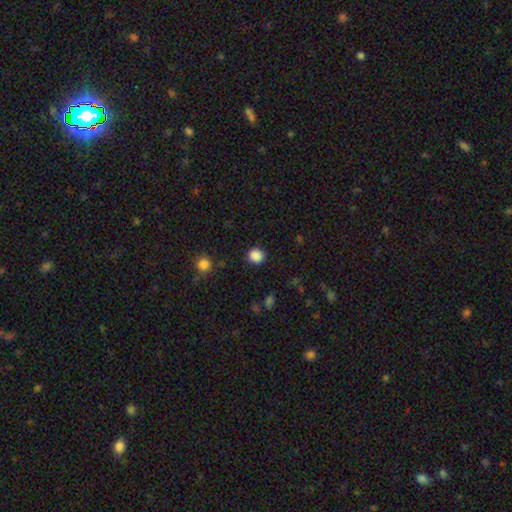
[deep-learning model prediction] This appears to be a smooth galaxy with no disk features (87%) that is round (84%). Merging: none (88%).